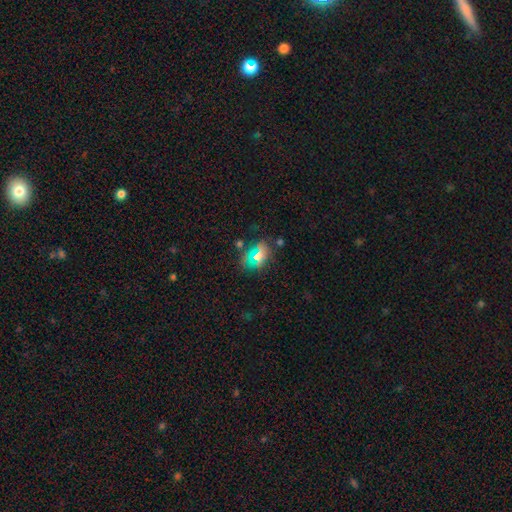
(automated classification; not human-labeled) Smooth or featured? Predicted: smooth (p=0.60). How rounded? Predicted: in between (p=0.70). Merging? Predicted: none (p=0.73).